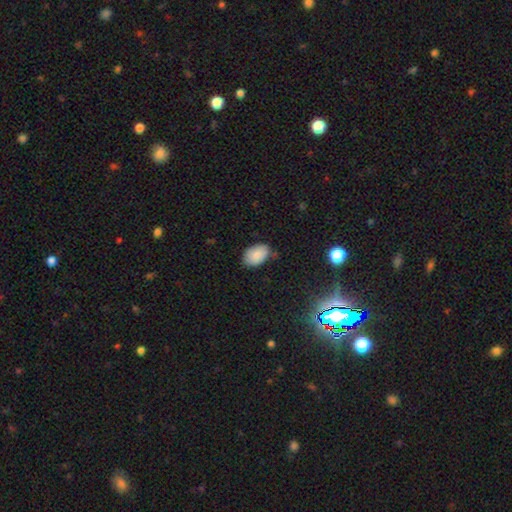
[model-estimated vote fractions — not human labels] Overall: smooth (86%). How rounded: in between (88%). Merging: none (75%).